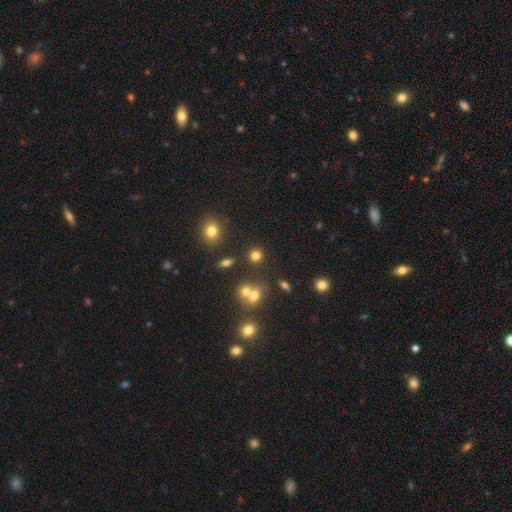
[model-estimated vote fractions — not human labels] This appears to be a smooth galaxy with no disk features (76%) that is round (87%). Merging: none (76%).